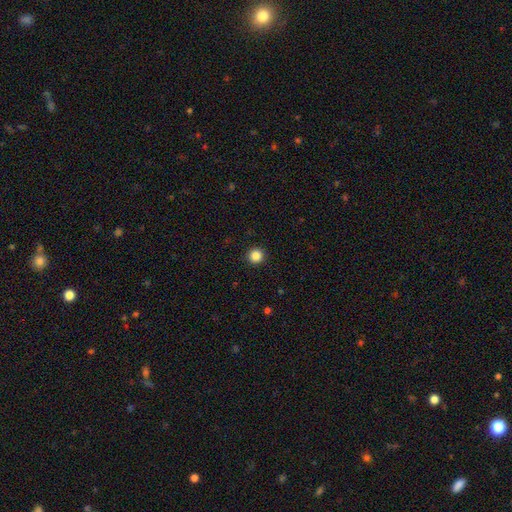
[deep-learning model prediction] Smooth or featured?
  - smooth: 86% *
  - star or artifact: 11%
  - featured or disk: 3%
How rounded?
  - round: 96% *
  - in between: 3%
  - cigar-shaped: 1%
Merging?
  - none: 93% *
  - minor disturbance: 4%
  - major disturbance: 2%
  - merger: 1%